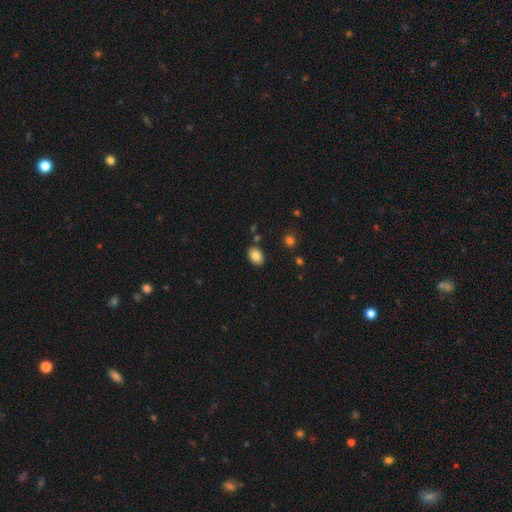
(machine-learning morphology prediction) A smooth galaxy with no disk features (83%) that is in between round and cigar-shaped (79%). Merging: none (86%).